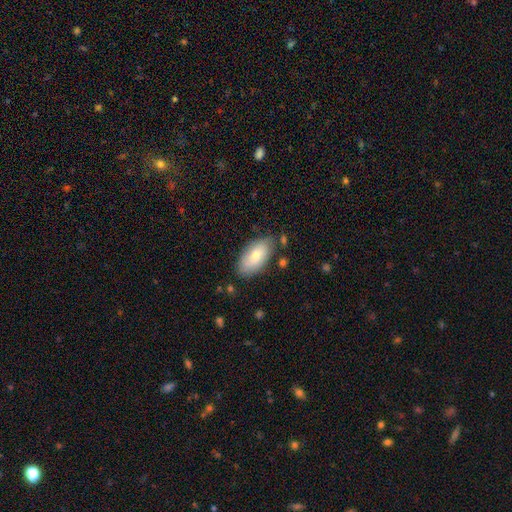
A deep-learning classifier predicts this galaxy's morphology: smooth-or-featured: smooth: 71% | featured or disk: 22% | star or artifact: 6%
  how-rounded: in between: 93% | cigar-shaped: 4% | round: 3%
  merging: none: 77% | minor disturbance: 17% | major disturbance: 4% | merger: 3%